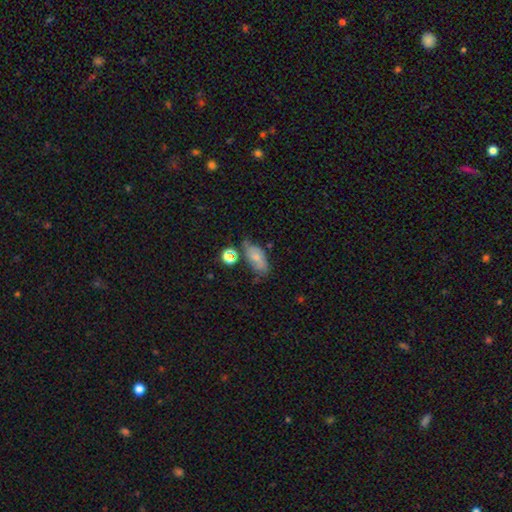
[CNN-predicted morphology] smooth_or_featured: smooth (p=0.61) [alt: featured or disk p=0.29]
how_rounded: in between (p=0.86) [alt: cigar-shaped p=0.08]
merging: none (p=0.50) [alt: minor disturbance p=0.30]